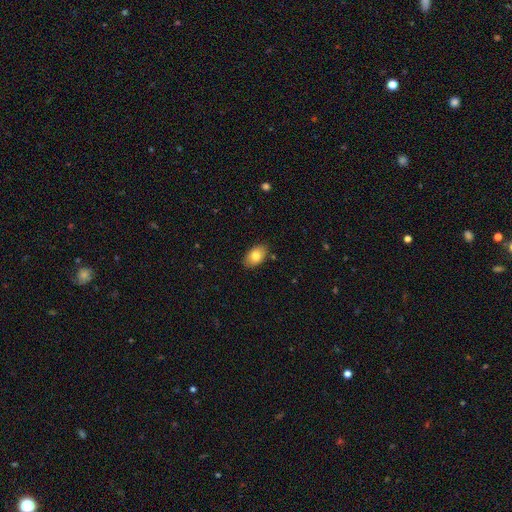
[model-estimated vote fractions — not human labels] smooth 80%, featured or disk 13%, star or artifact 7%. Down the decision tree: how rounded — in between (90%); merging — none (86%).